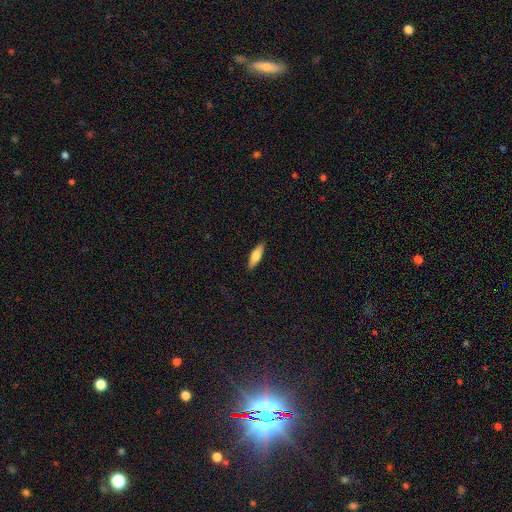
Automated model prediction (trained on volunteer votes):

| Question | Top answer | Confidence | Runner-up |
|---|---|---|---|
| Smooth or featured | smooth | 63% | featured or disk (31%) |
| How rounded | cigar-shaped | 55% | in between (43%) |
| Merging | none | 89% | minor disturbance (8%) |